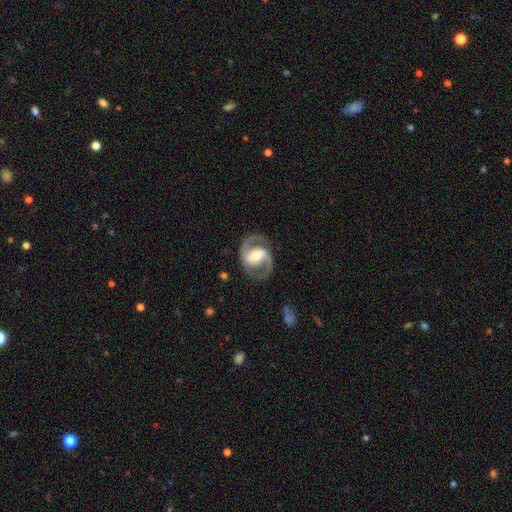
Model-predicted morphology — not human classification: smooth_or_featured: featured or disk (p=0.89) [alt: smooth p=0.06]
disk_edge_on: no (p=0.98) [alt: yes p=0.02]
bar: strong (p=0.44) [alt: weak p=0.37]
has_spiral_arms: yes (p=0.96) [alt: no p=0.04]
spiral_winding: medium (p=0.61) [alt: tight p=0.22]
spiral_arm_count: 2 (p=0.93) [alt: can't tell p=0.02]
bulge_size: moderate (p=0.60) [alt: small p=0.27]
merging: none (p=0.84) [alt: minor disturbance p=0.10]